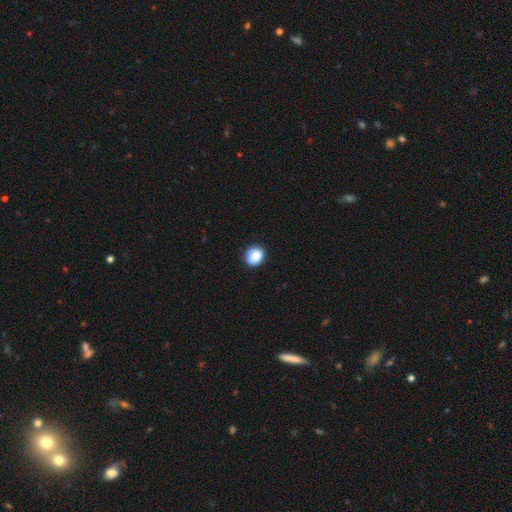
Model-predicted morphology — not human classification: smooth 85%, star or artifact 9%, featured or disk 6%. Down the decision tree: how rounded — round (80%); merging — none (88%).